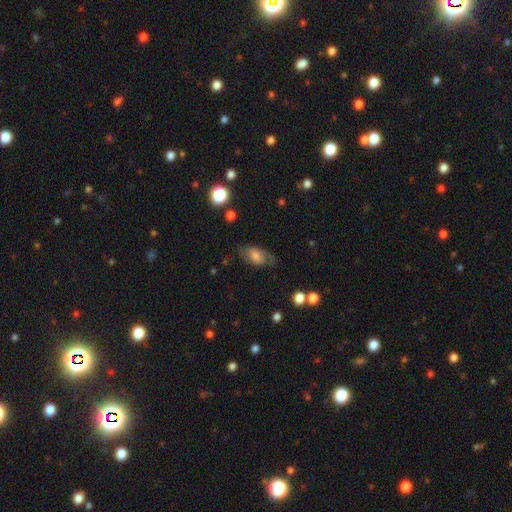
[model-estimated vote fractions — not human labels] Morphology: type=smooth (53%); roundness=in between (88%); merging=none (62%).